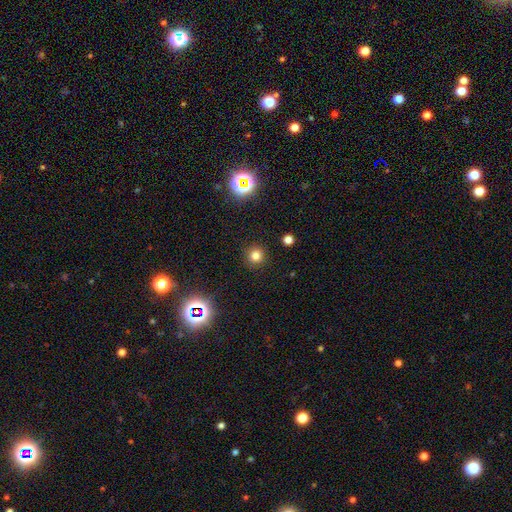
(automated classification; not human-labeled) Smooth or featured: smooth — 76% (star or artifact — 18%)
How rounded: round — 95% (in between — 4%)
Merging: none — 91% (minor disturbance — 5%)